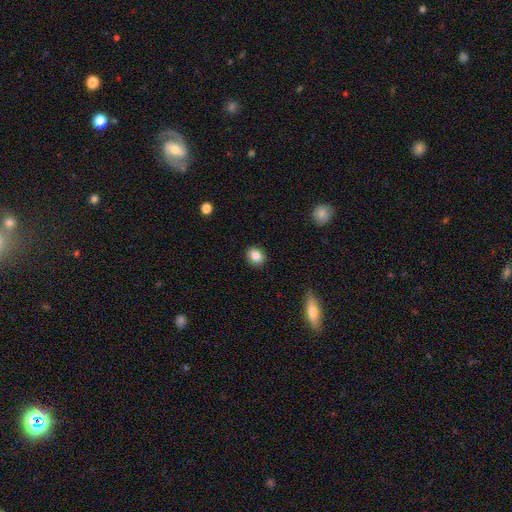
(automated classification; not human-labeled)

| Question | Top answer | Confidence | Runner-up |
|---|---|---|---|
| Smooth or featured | smooth | 84% | star or artifact (9%) |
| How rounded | round | 73% | in between (26%) |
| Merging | none | 91% | minor disturbance (7%) |